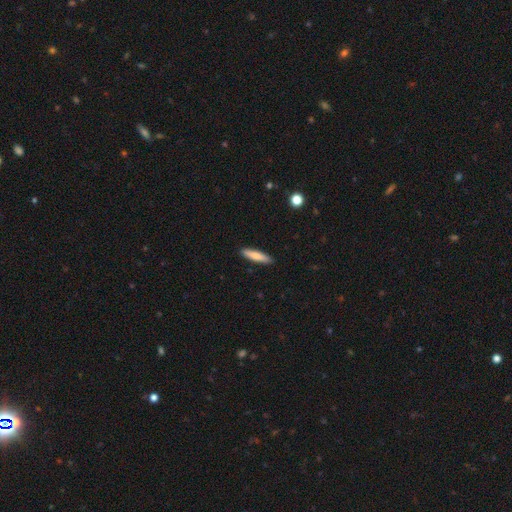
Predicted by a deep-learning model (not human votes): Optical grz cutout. It shows a smooth galaxy with no disk features (78%) that is cigar-shaped (81%). Merging: none (90%).